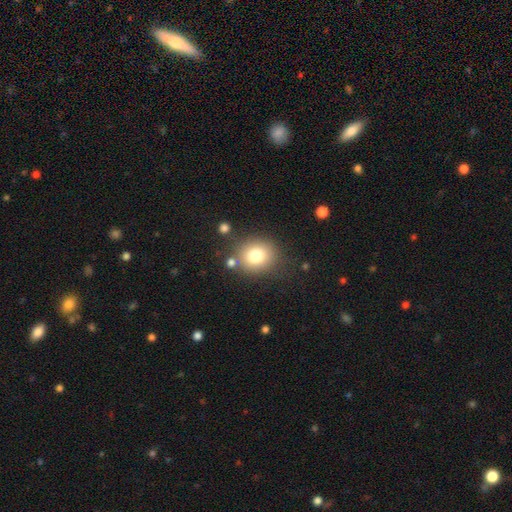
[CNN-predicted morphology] Overall: smooth (78%). How rounded: round (75%). Merging: none (77%).